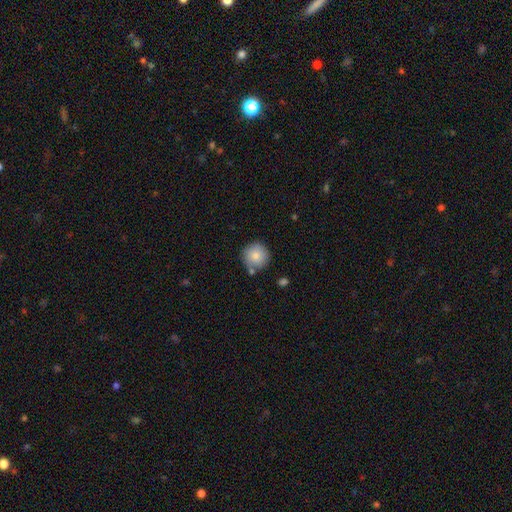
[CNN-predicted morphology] type=smooth (83%); roundness=round (95%); merging=none (77%).